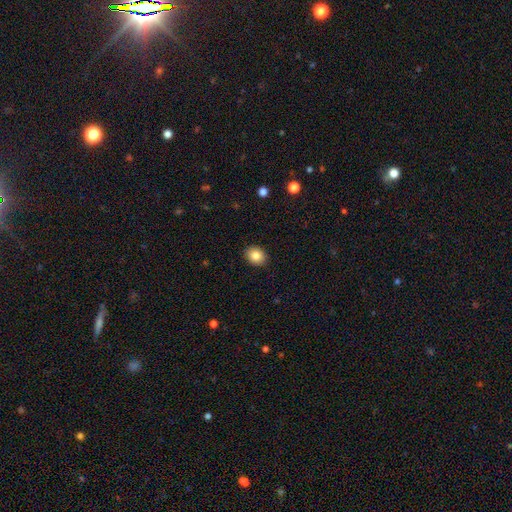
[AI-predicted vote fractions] Morphology: type=smooth (84%); roundness=in between (52%); merging=none (90%).